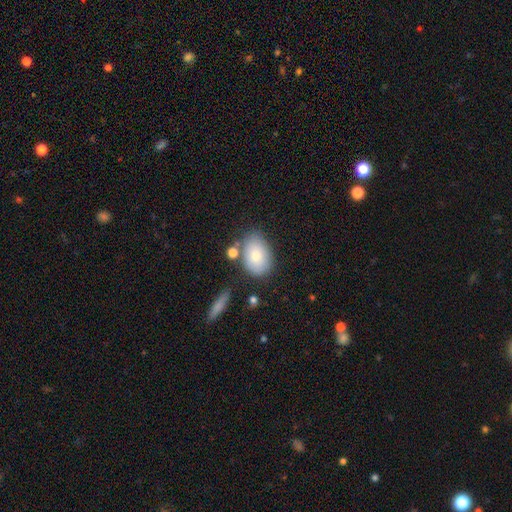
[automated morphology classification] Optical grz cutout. It shows a smooth galaxy with no disk features (76%) that is in between round and cigar-shaped (80%). Merging: none (68%).